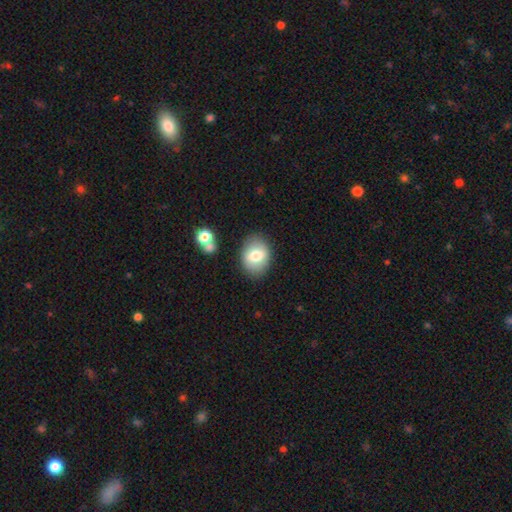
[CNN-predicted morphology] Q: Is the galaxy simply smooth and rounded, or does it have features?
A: smooth — 71%.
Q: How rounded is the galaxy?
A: in between — 66%.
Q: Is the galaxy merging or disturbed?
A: none — 83%.